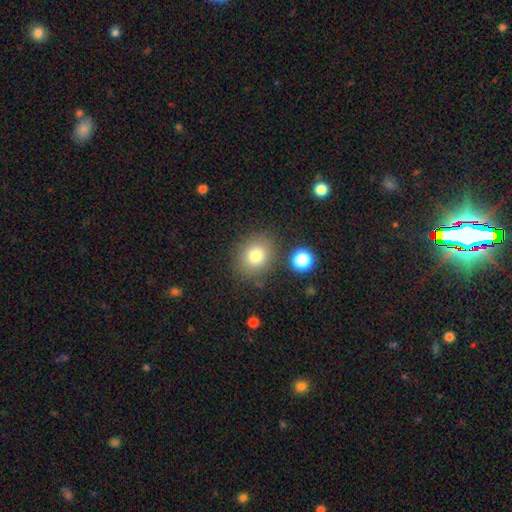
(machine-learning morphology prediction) Overall: smooth (78%). How rounded: round (68%; in between 31%). Merging: none (81%).